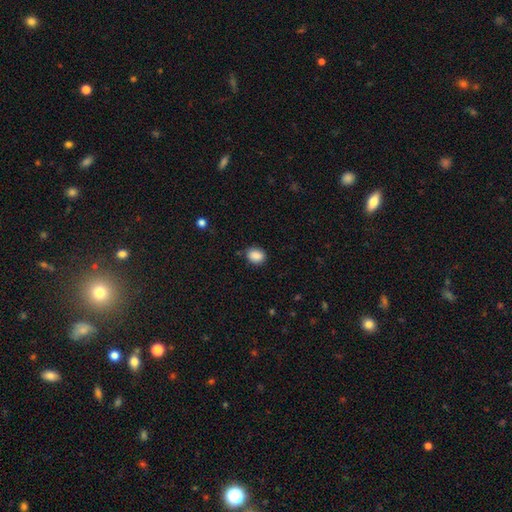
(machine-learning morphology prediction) A smooth galaxy with no disk features (89%) that is in between round and cigar-shaped (56%).

Vote fractions:
- Smooth or featured? smooth: 89% / star or artifact: 8% / featured or disk: 3%
- How rounded? in between: 56% / round: 43% / cigar-shaped: 1%
- Merging? none: 82% / minor disturbance: 14% / major disturbance: 3% / merger: 2%